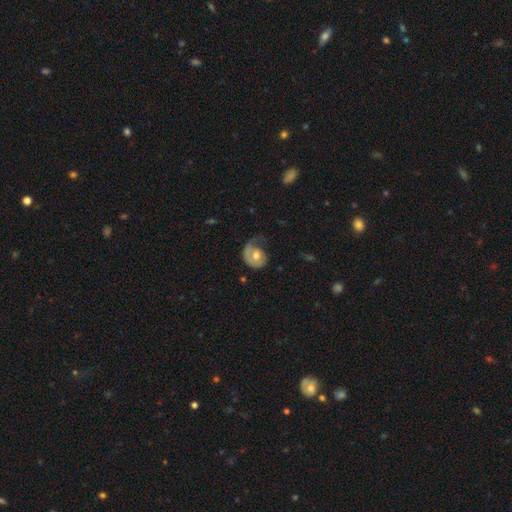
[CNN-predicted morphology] smooth-or-featured: featured or disk: 56% | smooth: 38% | star or artifact: 6%
  disk-edge-on: no: 97% | yes: 3%
    bar: no: 82% | weak: 15% | strong: 3%
    has-spiral-arms: yes: 73% | no: 27%
    bulge-size: moderate: 72% | small: 16% | large: 9% | none: 2% | dominant: 1%
  merging: major disturbance: 40% | none: 35% | minor disturbance: 23% | merger: 3%